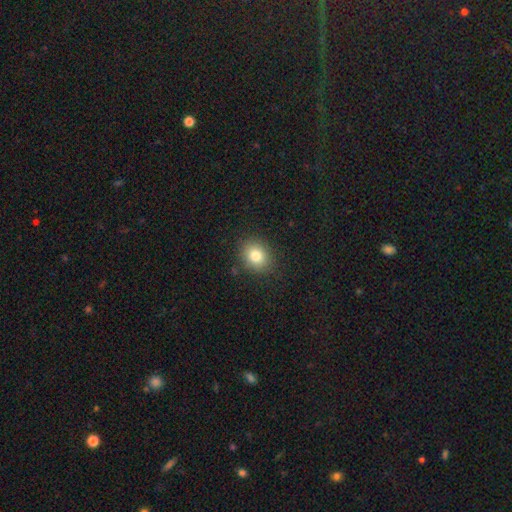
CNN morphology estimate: smooth 81%, star or artifact 11%, featured or disk 8%. Down the decision tree: how rounded — round (63%); merging — none (86%).